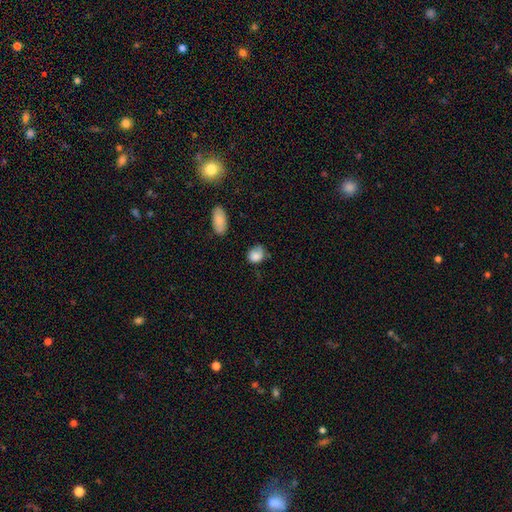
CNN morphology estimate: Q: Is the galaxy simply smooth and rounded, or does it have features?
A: smooth — 83%.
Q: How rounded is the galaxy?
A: round — 54%.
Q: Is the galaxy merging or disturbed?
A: none — 49%.